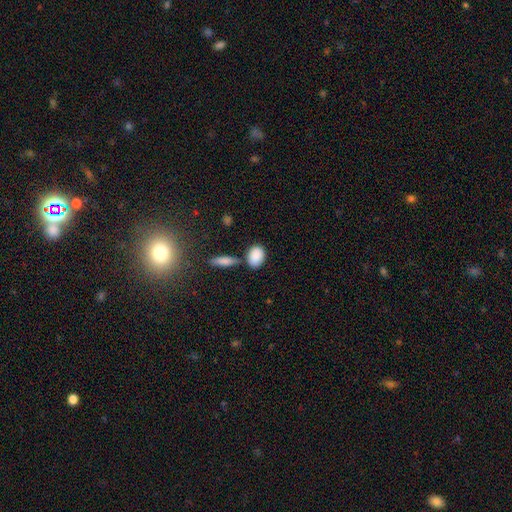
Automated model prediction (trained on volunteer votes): Overall: smooth (88%). How rounded: in between (78%). Merging: none (67%).